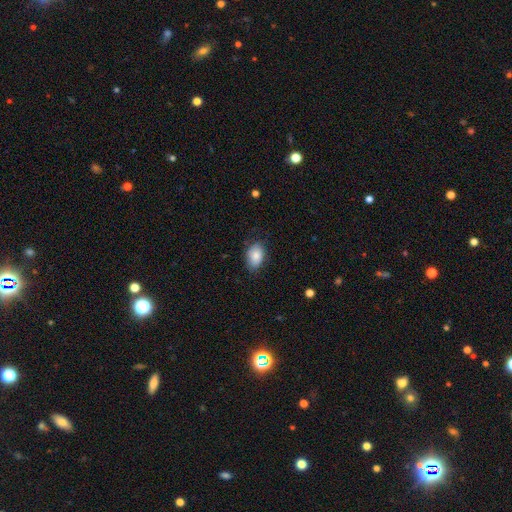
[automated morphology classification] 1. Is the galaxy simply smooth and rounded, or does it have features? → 85% smooth, 8% featured or disk, 7% star or artifact.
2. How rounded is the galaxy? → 87% in between, 12% round, 1% cigar-shaped.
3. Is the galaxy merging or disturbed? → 79% none, 17% minor disturbance, 4% major disturbance, 1% merger.